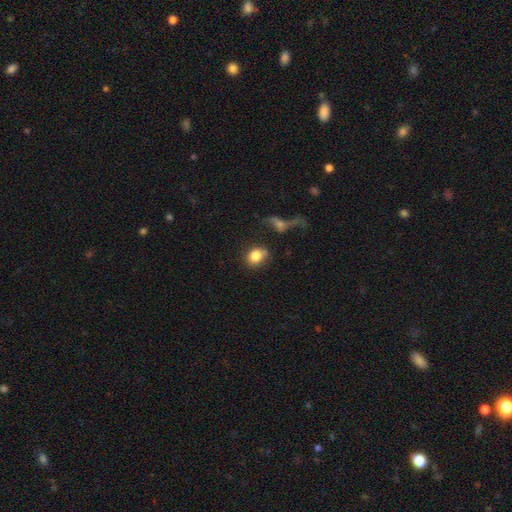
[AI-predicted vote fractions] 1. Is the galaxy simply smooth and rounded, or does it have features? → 82% smooth, 9% star or artifact, 9% featured or disk.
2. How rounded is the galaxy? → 56% round, 43% in between, 1% cigar-shaped.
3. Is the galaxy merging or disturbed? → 58% none, 20% minor disturbance, 11% merger, 10% major disturbance.